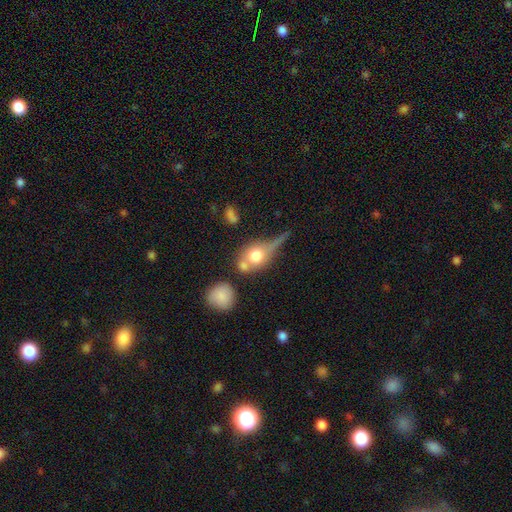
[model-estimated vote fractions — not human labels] smooth-or-featured: smooth: 62% | featured or disk: 29% | star or artifact: 10%
  how-rounded: round: 51% | in between: 42% | cigar-shaped: 6%
  merging: merger: 33% | none: 31% | major disturbance: 18% | minor disturbance: 18%